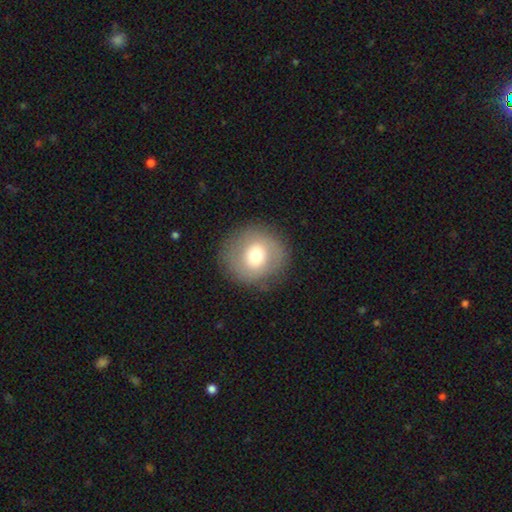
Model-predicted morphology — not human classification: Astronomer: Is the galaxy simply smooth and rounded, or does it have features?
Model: smooth — 66%.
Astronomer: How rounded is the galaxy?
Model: round — 89%.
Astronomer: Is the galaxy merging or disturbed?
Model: none — 84%.